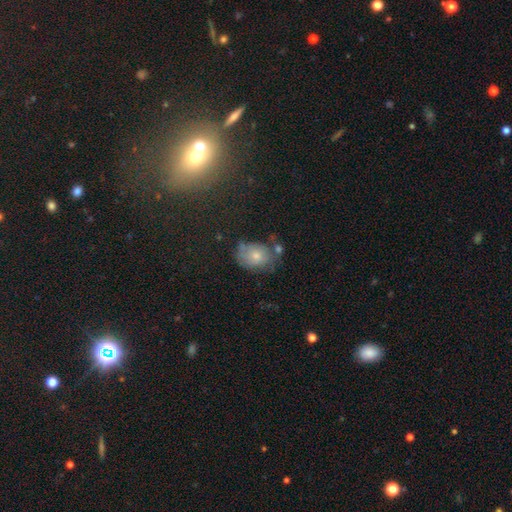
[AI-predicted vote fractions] A smooth galaxy with no disk features (64%) that is in between round and cigar-shaped (63%).

Vote fractions:
- Smooth or featured? smooth: 64% / featured or disk: 25% / star or artifact: 12%
- How rounded? in between: 63% / round: 36% / cigar-shaped: 1%
- Merging? none: 48% / minor disturbance: 29% / major disturbance: 12% / merger: 11%